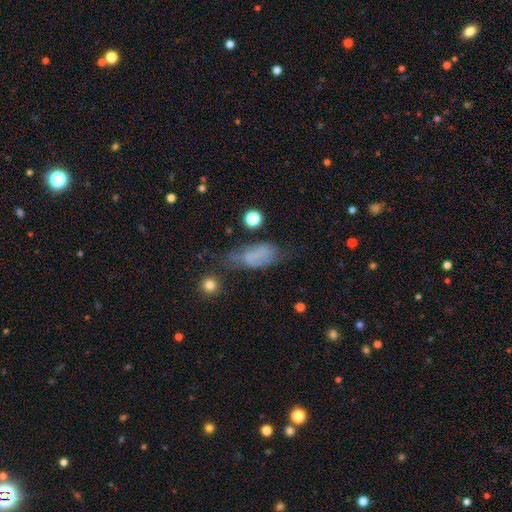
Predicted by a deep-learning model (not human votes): Smooth or featured? smooth (50%)
Merging? none (43%)